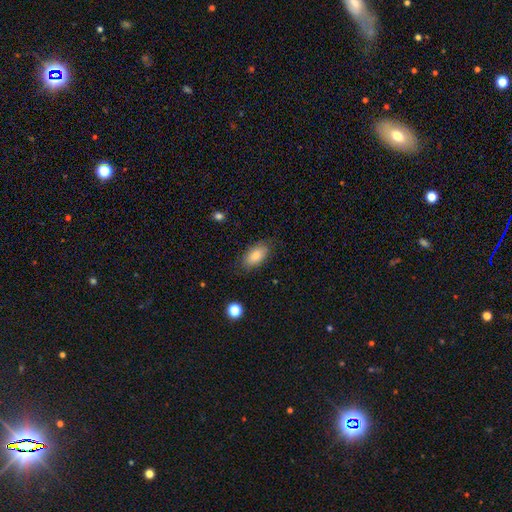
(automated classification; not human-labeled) Q: Smooth or featured?
A: smooth (84%); runner-up: featured or disk (10%)
Q: How rounded?
A: in between (92%); runner-up: cigar-shaped (5%)
Q: Merging?
A: none (79%); runner-up: minor disturbance (16%)